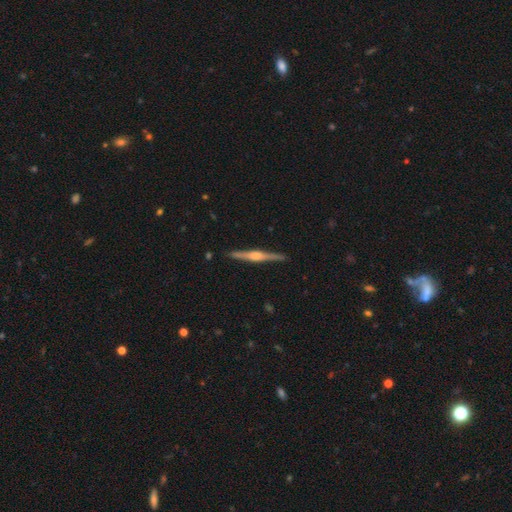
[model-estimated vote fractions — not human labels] smooth-or-featured: featured or disk: 81% | smooth: 14% | star or artifact: 5%
  disk-edge-on: yes: 99% | no: 1%
    edge-on-bulge: rounded: 77% | boxy: 17% | none: 6%
  merging: none: 92% | minor disturbance: 6% | major disturbance: 1% | merger: 1%